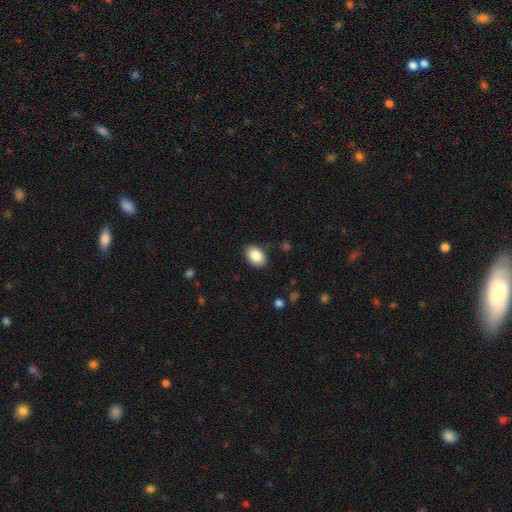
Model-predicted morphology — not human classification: This appears to be a smooth galaxy with no disk features (87%) that is in between round and cigar-shaped (85%). Merging: none (87%).